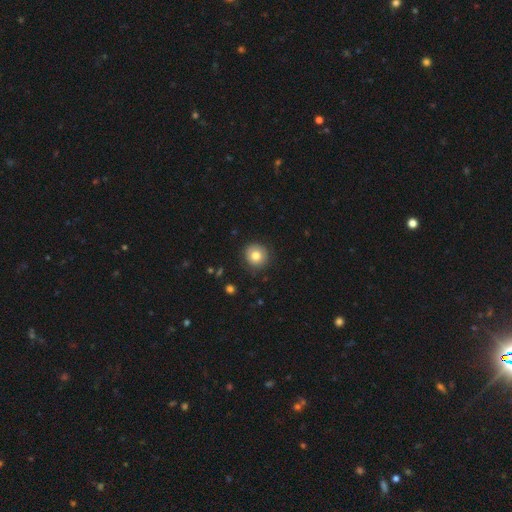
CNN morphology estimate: Smooth or featured: smooth — 78% (featured or disk — 12%)
How rounded: round — 93% (in between — 6%)
Merging: none — 88% (minor disturbance — 8%)